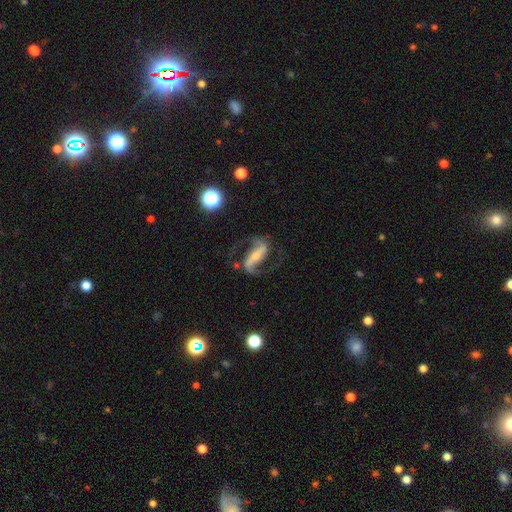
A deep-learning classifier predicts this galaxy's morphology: type=featured or disk (88%); edge-on=no (94%); bar=strong (65%); spiral arms=yes (96%); winding=loose (51%); arm count=2 (92%); bulge=small (53%); merging=none (73%).